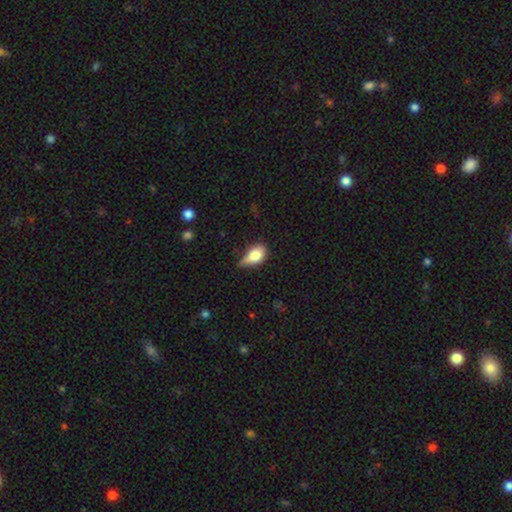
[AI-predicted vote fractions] smooth-or-featured: smooth: 77% | featured or disk: 15% | star or artifact: 8%
  how-rounded: in between: 82% | round: 13% | cigar-shaped: 4%
  merging: minor disturbance: 48% | none: 29% | major disturbance: 18% | merger: 5%